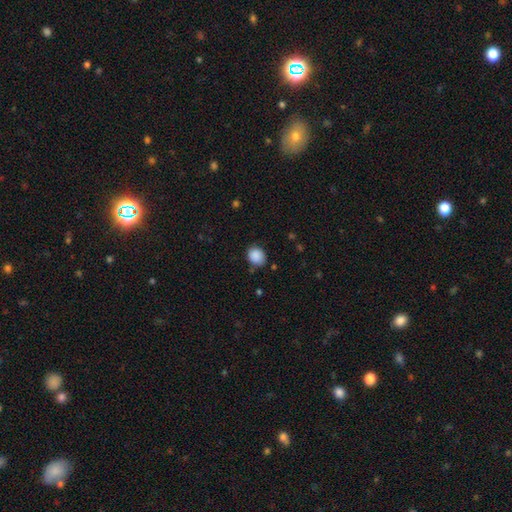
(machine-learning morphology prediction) Smooth or featured? smooth (88%)
How rounded? round (63%)
Merging? none (79%)